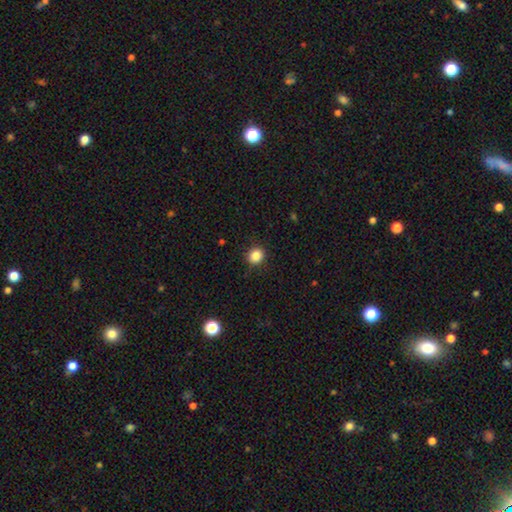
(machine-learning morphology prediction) smooth-or-featured: smooth: 85% | star or artifact: 11% | featured or disk: 4%
  how-rounded: round: 80% | in between: 19% | cigar-shaped: 1%
  merging: none: 89% | minor disturbance: 8% | major disturbance: 2% | merger: 1%